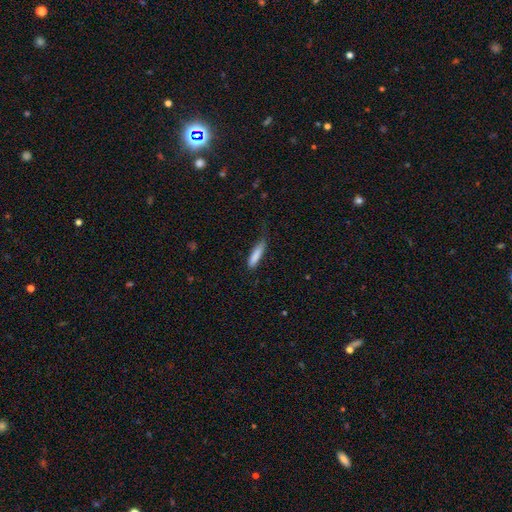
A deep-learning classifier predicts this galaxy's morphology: Smooth or featured?
  - smooth: 84% *
  - featured or disk: 10%
  - star or artifact: 7%
How rounded?
  - cigar-shaped: 78% *
  - in between: 21%
  - round: 1%
Merging?
  - none: 59% *
  - minor disturbance: 31%
  - major disturbance: 8%
  - merger: 2%